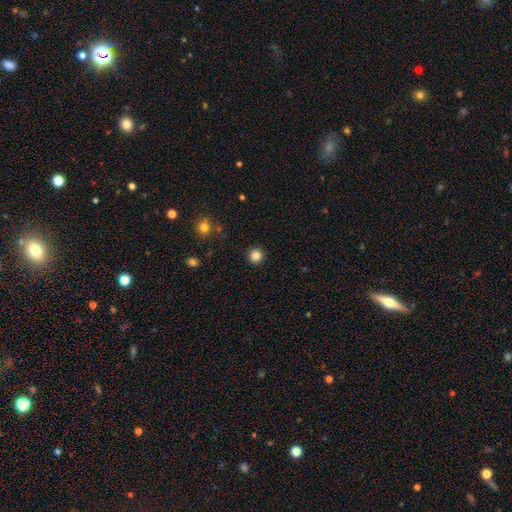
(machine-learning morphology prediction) type=smooth (84%); roundness=round (95%); merging=none (92%).